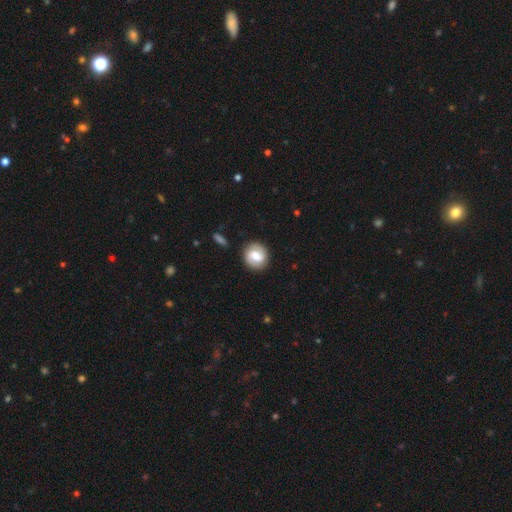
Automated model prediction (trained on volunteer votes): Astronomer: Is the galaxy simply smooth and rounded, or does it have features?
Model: smooth — 51% (runner-up: featured or disk, 42%).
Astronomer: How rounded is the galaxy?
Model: round — 80%.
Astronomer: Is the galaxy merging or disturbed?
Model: none — 85%.